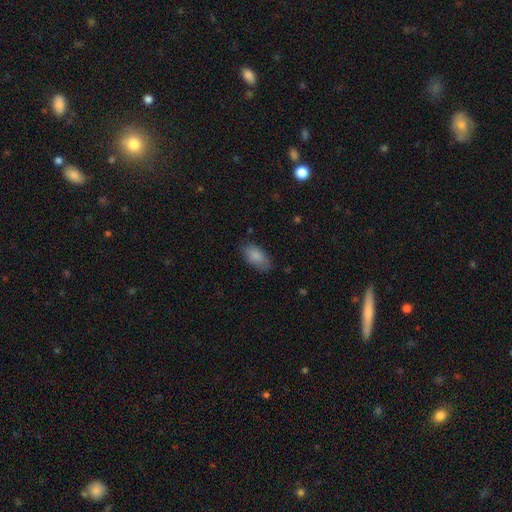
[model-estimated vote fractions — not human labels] This is clearly a smooth galaxy (86%). How rounded: clearly in between (92%). Merging: likely none (77%).